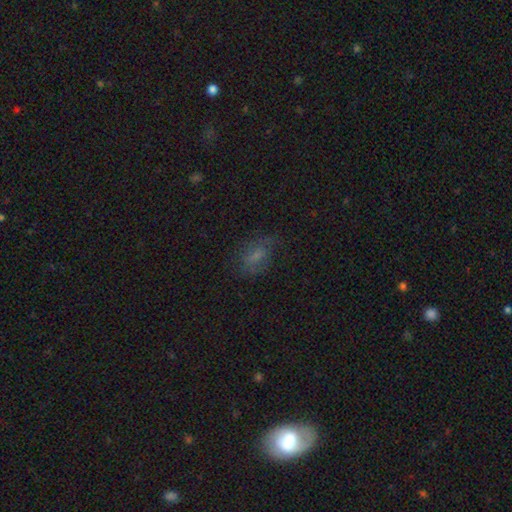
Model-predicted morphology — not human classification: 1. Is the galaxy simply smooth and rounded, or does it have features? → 52% smooth, 30% featured or disk, 18% star or artifact.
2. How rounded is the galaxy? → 80% in between, 16% round, 4% cigar-shaped.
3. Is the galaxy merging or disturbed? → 60% none, 23% minor disturbance, 15% major disturbance, 2% merger.